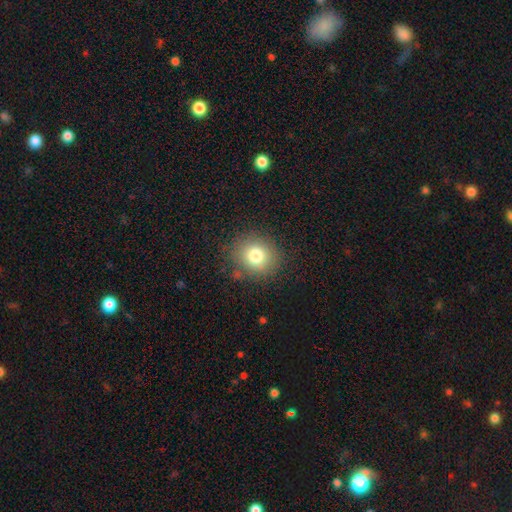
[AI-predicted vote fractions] smooth_or_featured: smooth (p=0.78) [alt: star or artifact p=0.12]
how_rounded: round (p=0.79) [alt: in between p=0.20]
merging: none (p=0.85) [alt: minor disturbance p=0.10]